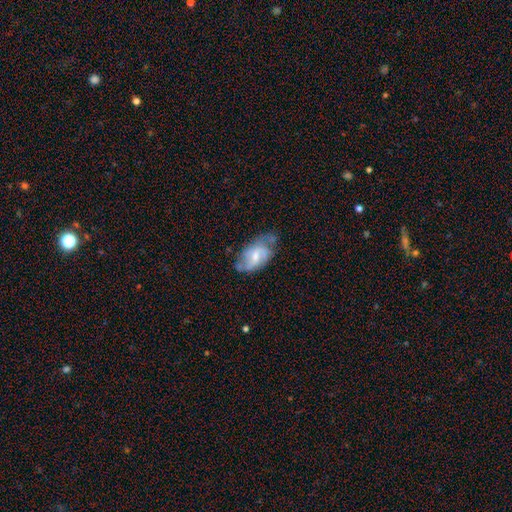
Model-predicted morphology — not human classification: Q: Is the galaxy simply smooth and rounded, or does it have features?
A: featured or disk — 65%.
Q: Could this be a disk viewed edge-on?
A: no — 95%.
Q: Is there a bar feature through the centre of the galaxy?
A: weak — 51%.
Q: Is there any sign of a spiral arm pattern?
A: yes — 82%.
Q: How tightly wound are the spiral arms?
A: medium — 44%.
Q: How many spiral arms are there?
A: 2 — 52%.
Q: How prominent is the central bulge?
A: moderate — 47%.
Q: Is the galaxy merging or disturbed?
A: none — 50%.